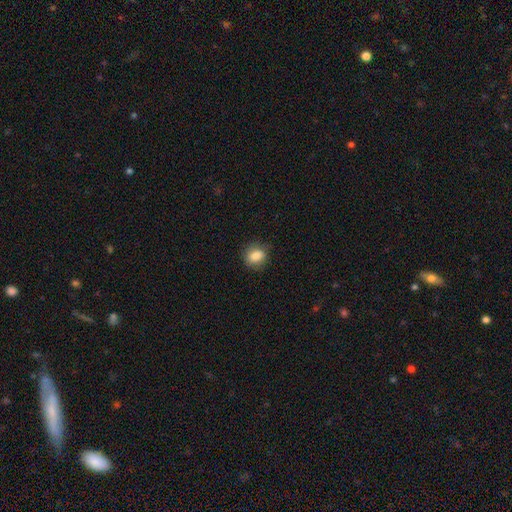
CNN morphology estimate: Smooth or featured?
  - smooth: 86% *
  - star or artifact: 9%
  - featured or disk: 5%
How rounded?
  - in between: 51% *
  - round: 47%
  - cigar-shaped: 1%
Merging?
  - none: 80% *
  - minor disturbance: 16%
  - major disturbance: 4%
  - merger: 1%